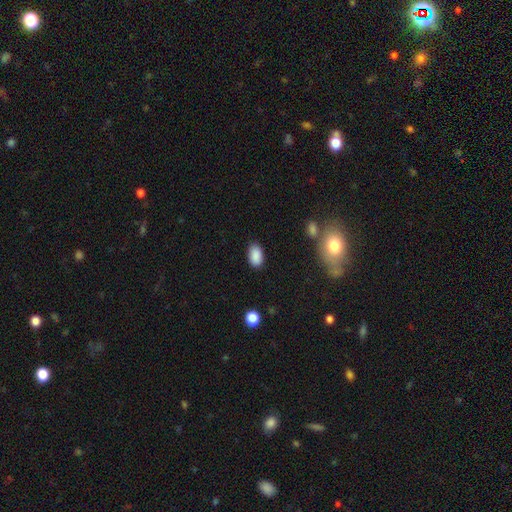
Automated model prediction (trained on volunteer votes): Smooth or featured? Predicted: smooth (p=0.89). How rounded? Predicted: in between (p=0.91). Merging? Predicted: none (p=0.85).